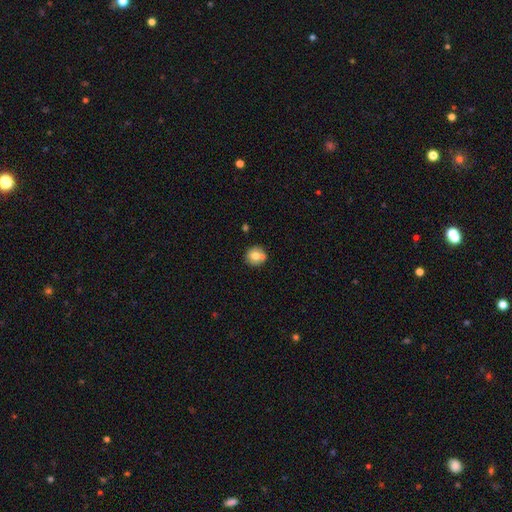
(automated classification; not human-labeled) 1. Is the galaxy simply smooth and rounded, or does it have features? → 68% smooth, 22% featured or disk, 9% star or artifact.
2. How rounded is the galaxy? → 91% round, 8% in between, 1% cigar-shaped.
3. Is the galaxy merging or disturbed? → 73% none, 14% merger, 11% minor disturbance, 3% major disturbance.